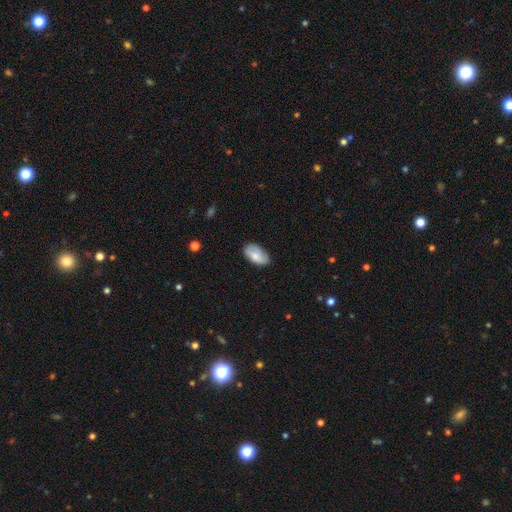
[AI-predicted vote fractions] smooth_or_featured: smooth (p=0.66) [alt: featured or disk p=0.28]
how_rounded: in between (p=0.94) [alt: round p=0.04]
merging: none (p=0.71) [alt: minor disturbance p=0.22]